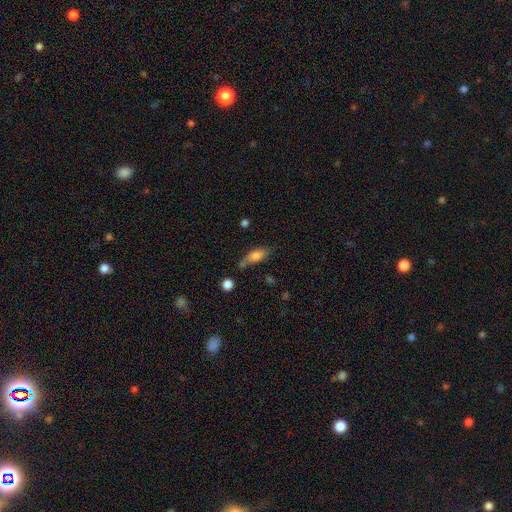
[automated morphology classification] Q: Smooth or featured?
A: smooth (76%); runner-up: featured or disk (16%)
Q: How rounded?
A: in between (72%); runner-up: cigar-shaped (24%)
Q: Merging?
A: none (52%); runner-up: minor disturbance (28%)